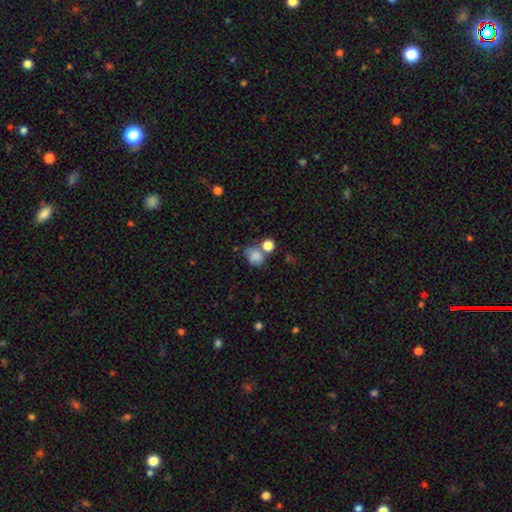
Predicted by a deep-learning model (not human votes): Smooth or featured?
  - smooth: 81% *
  - star or artifact: 11%
  - featured or disk: 8%
How rounded?
  - round: 61% *
  - in between: 38%
  - cigar-shaped: 1%
Merging?
  - none: 44% *
  - merger: 30%
  - minor disturbance: 17%
  - major disturbance: 9%